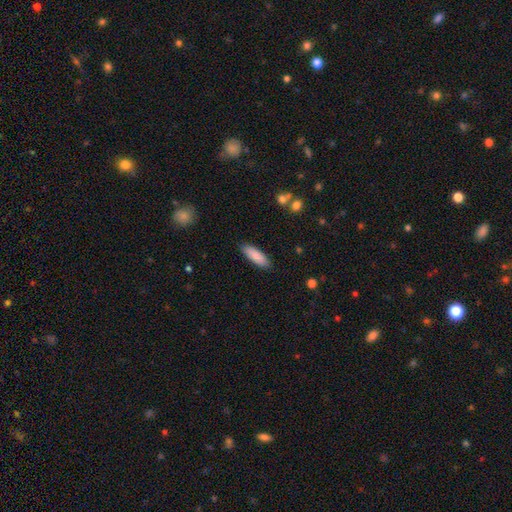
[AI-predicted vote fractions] Smooth or featured?
  - smooth: 88% *
  - featured or disk: 6%
  - star or artifact: 6%
How rounded?
  - in between: 51% *
  - cigar-shaped: 48%
  - round: 1%
Merging?
  - none: 89% *
  - minor disturbance: 8%
  - major disturbance: 2%
  - merger: 1%